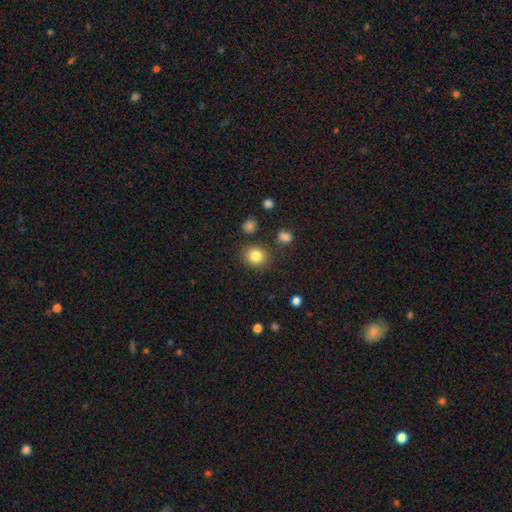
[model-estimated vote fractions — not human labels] Overall: smooth (84%). How rounded: round (82%). Merging: none (82%).